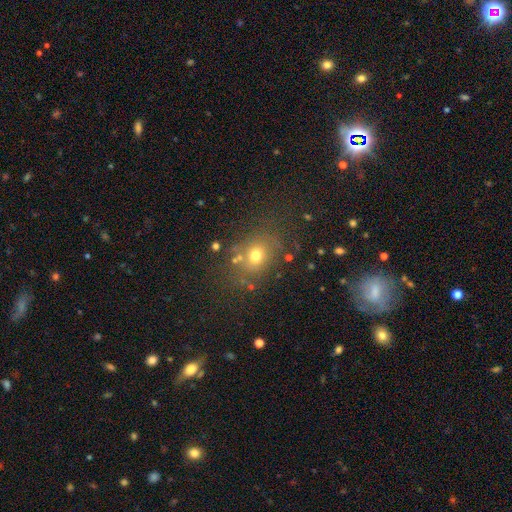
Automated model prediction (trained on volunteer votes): Q: Smooth or featured?
A: smooth (70%); runner-up: star or artifact (18%)
Q: How rounded?
A: round (56%); runner-up: in between (43%)
Q: Merging?
A: none (73%); runner-up: minor disturbance (14%)